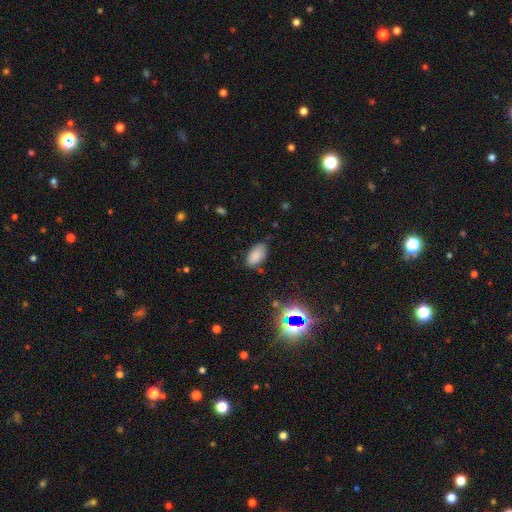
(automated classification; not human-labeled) A smooth galaxy with no disk features (82%) that is in between round and cigar-shaped (94%). Merging: none (73%).